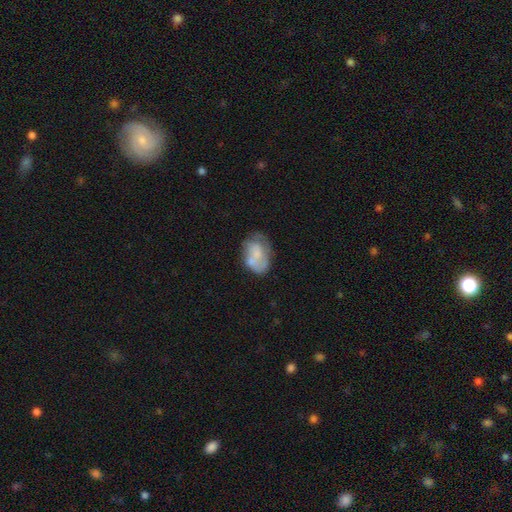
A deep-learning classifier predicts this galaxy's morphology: This is possibly a smooth galaxy (49%). Merging: marginally none (38%).